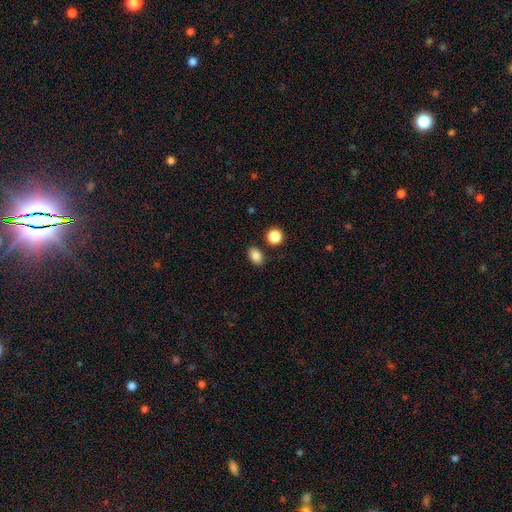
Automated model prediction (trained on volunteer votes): Smooth or featured? Predicted: smooth (p=0.86). How rounded? Predicted: in between (p=0.79). Merging? Predicted: none (p=0.85).